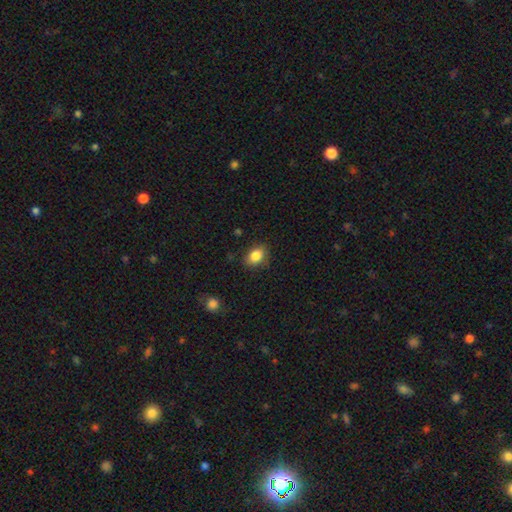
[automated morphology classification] This appears to be a smooth galaxy with no disk features (85%) that is in between round and cigar-shaped (76%). Merging: none (82%).